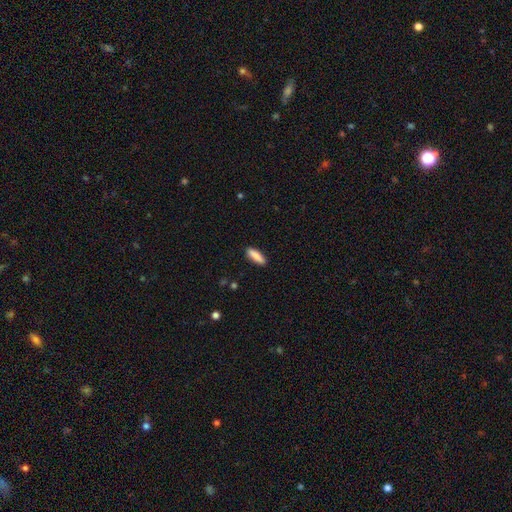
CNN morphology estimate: A smooth galaxy with no disk features (87%) that is cigar-shaped (53%).

Vote fractions:
- Smooth or featured? smooth: 87% / featured or disk: 7% / star or artifact: 6%
- How rounded? cigar-shaped: 53% / in between: 46% / round: 2%
- Merging? none: 88% / minor disturbance: 8% / major disturbance: 2% / merger: 1%